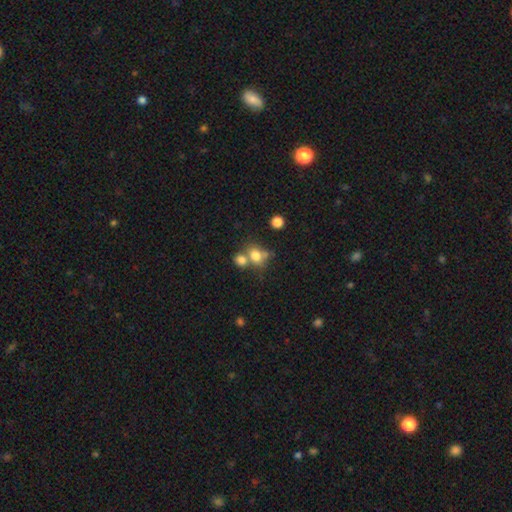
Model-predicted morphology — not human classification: Overall: smooth (75%). How rounded: round (55%; in between 44%). Merging: merger (45%; none 37%).